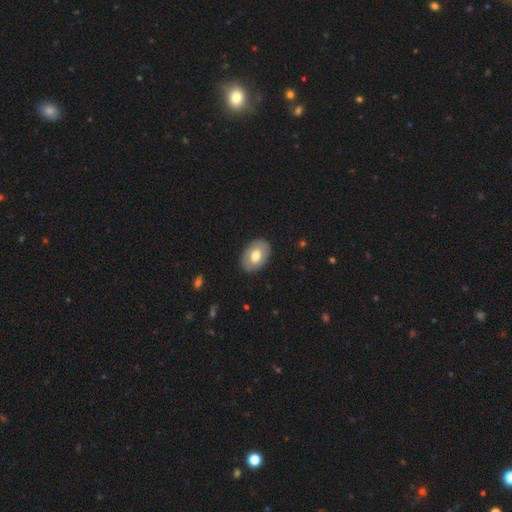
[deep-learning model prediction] A smooth galaxy with no disk features (63%) that is in between round and cigar-shaped (84%). Merging: none (87%).